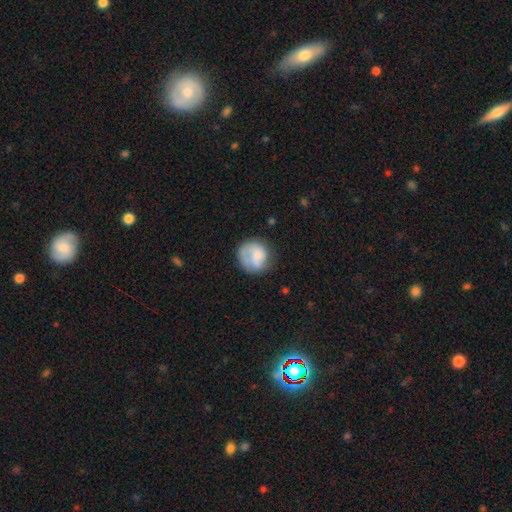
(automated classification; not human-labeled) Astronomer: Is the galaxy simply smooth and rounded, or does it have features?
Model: smooth — 66%.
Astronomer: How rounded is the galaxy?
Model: round — 85%.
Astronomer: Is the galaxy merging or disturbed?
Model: none — 61%.